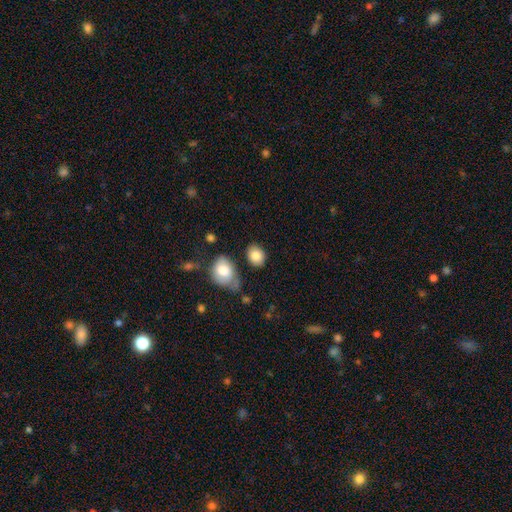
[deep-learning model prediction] This appears to be a smooth galaxy with no disk features (84%) that is in between round and cigar-shaped (66%). Merging: none (74%).